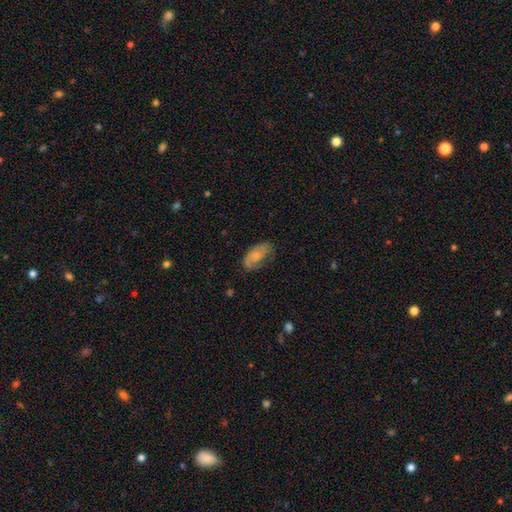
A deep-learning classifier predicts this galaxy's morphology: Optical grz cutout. It shows a smooth galaxy with no disk features (51%) that is in between round and cigar-shaped (92%). Merging: none (61%).